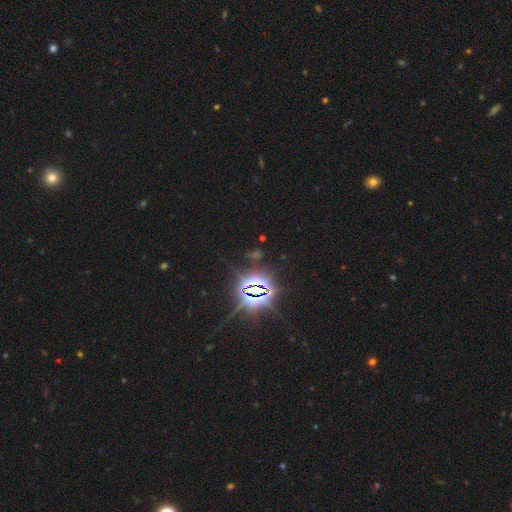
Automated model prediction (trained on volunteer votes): Smooth or featured? Predicted: star or artifact (p=0.84).